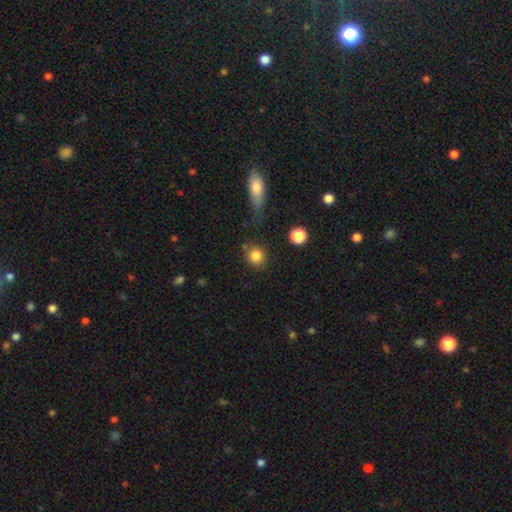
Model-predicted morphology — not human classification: Smooth or featured?
  - smooth: 84% *
  - star or artifact: 10%
  - featured or disk: 6%
How rounded?
  - round: 88% *
  - in between: 11%
  - cigar-shaped: 1%
Merging?
  - none: 79% *
  - minor disturbance: 11%
  - merger: 6%
  - major disturbance: 4%